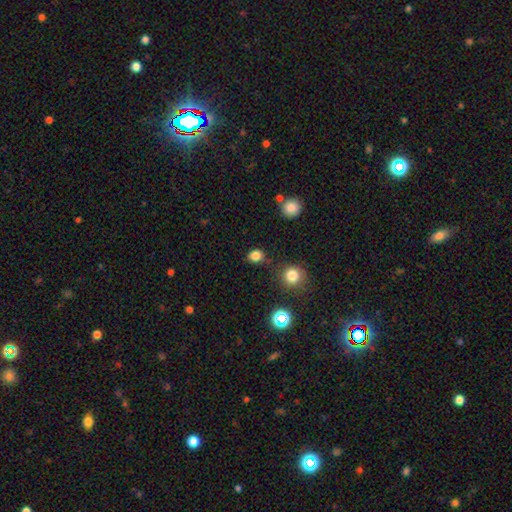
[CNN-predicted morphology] smooth 80%, star or artifact 15%, featured or disk 5%. Down the decision tree: how rounded — round (67%); merging — none (74%).